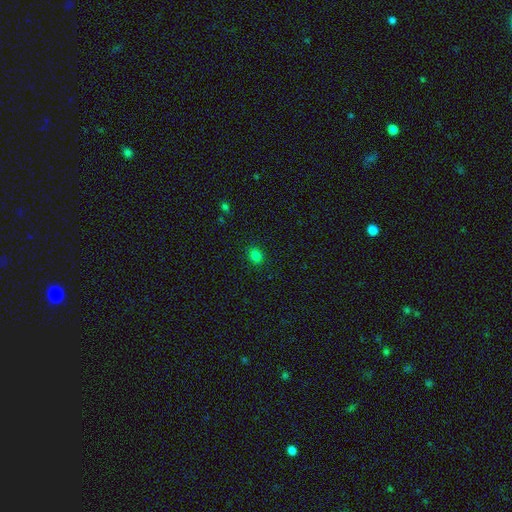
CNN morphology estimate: This is clearly a smooth galaxy (81%). How rounded: possibly round (55%). Merging: clearly none (88%).